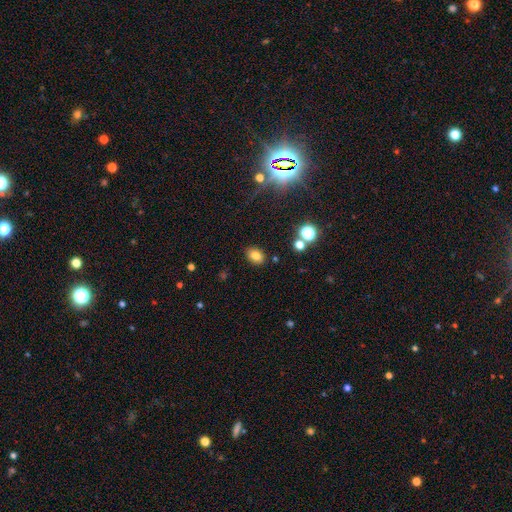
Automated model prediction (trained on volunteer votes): This appears to be a smooth galaxy with no disk features (80%) that is in between round and cigar-shaped (71%). Merging: none (87%).